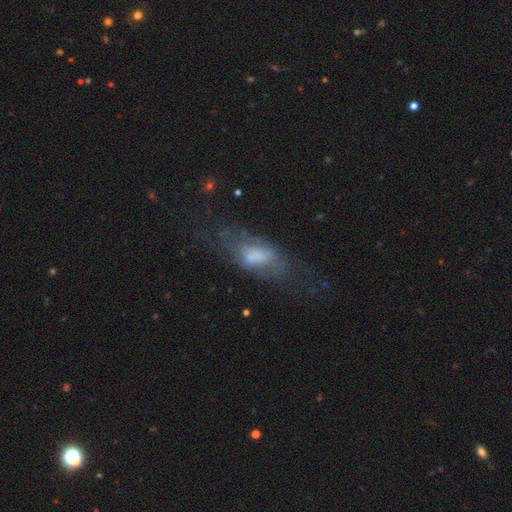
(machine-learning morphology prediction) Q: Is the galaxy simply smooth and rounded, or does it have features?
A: smooth — 48%.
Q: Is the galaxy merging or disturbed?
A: none — 40%.